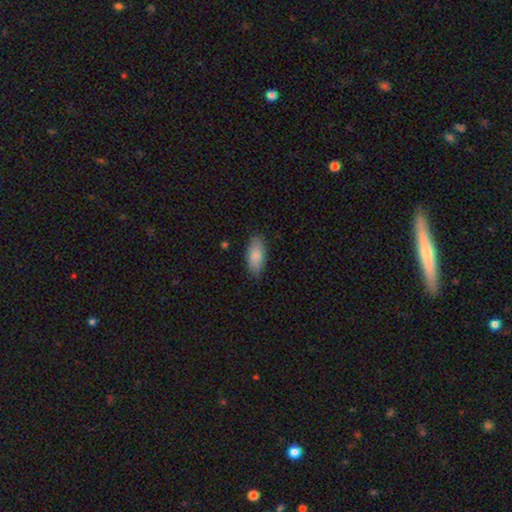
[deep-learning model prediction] Smooth or featured? smooth (85%)
How rounded? in between (88%)
Merging? none (83%)